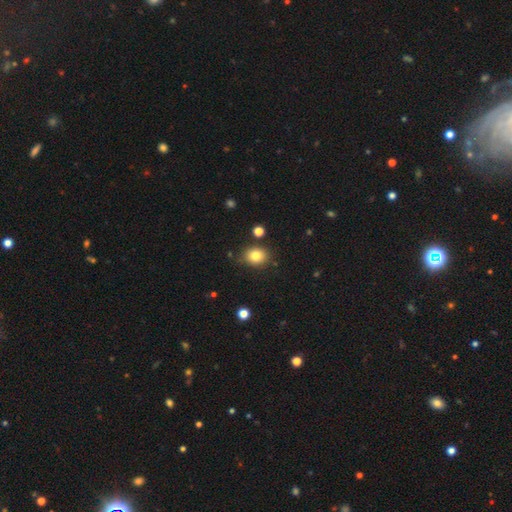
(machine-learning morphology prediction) The model was most divided on "how rounded": round: 59%, in between: 40%, cigar-shaped: 1%. More confident: smooth or featured — smooth (81%); merging — none (81%).